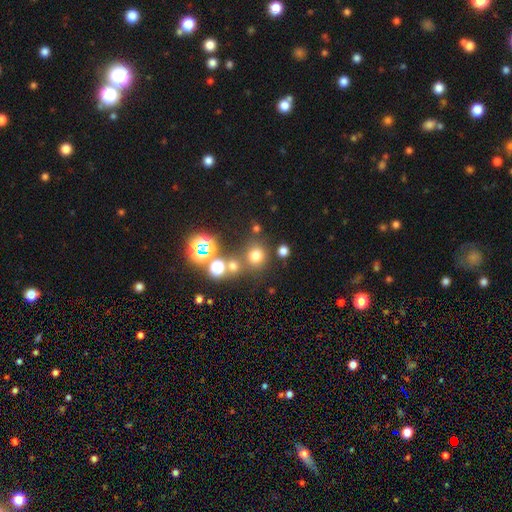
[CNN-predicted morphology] Smooth or featured: smooth — 67% (star or artifact — 26%)
How rounded: round — 88% (in between — 11%)
Merging: none — 71% (merger — 16%)